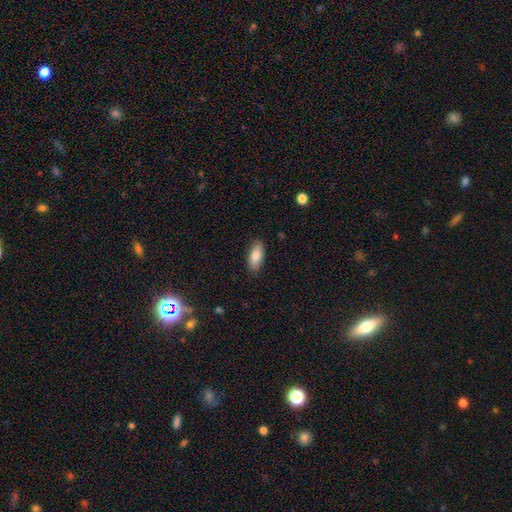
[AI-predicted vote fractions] smooth-or-featured: smooth: 85% | featured or disk: 9% | star or artifact: 7%
  how-rounded: in between: 84% | cigar-shaped: 14% | round: 2%
  merging: none: 88% | minor disturbance: 9% | major disturbance: 2% | merger: 1%